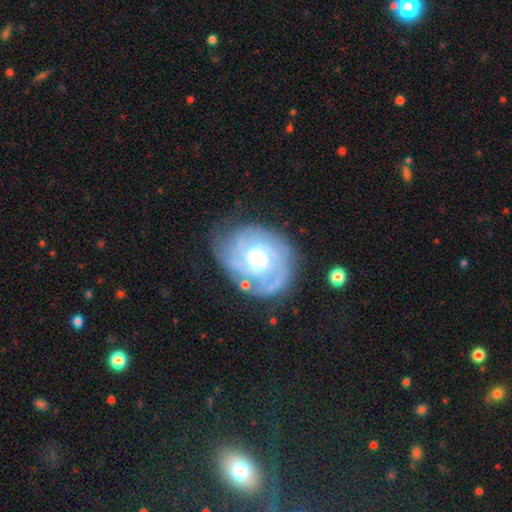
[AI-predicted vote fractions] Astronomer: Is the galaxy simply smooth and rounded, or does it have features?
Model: featured or disk — 82%.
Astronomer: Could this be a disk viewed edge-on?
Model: no — 97%.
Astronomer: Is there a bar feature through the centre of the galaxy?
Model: no — 76%.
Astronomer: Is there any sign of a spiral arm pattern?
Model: yes — 92%.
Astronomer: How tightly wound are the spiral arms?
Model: tight — 66%.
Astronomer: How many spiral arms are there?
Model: can't tell — 36% (runner-up: 3, 25%).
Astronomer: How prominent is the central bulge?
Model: moderate — 69%.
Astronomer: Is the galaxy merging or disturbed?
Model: none — 70%.